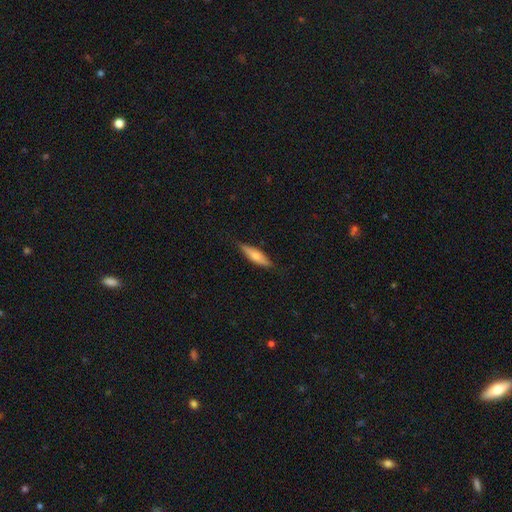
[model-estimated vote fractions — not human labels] Smooth or featured: smooth — 61% (featured or disk — 33%)
How rounded: cigar-shaped — 68% (in between — 30%)
Merging: none — 81% (minor disturbance — 15%)